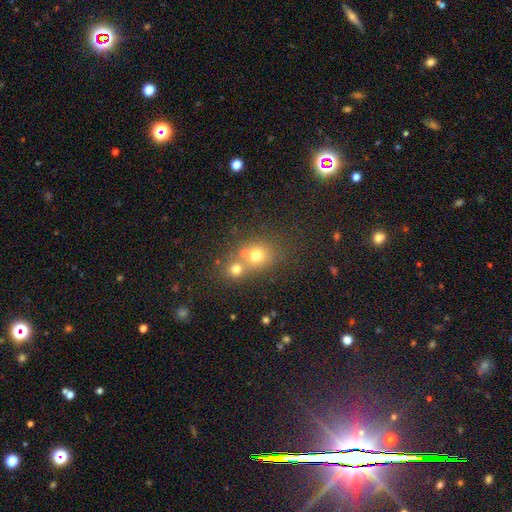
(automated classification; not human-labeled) smooth-or-featured: smooth: 68% | star or artifact: 17% | featured or disk: 15%
  how-rounded: round: 74% | in between: 24% | cigar-shaped: 1%
  merging: merger: 48% | none: 41% | minor disturbance: 7% | major disturbance: 4%